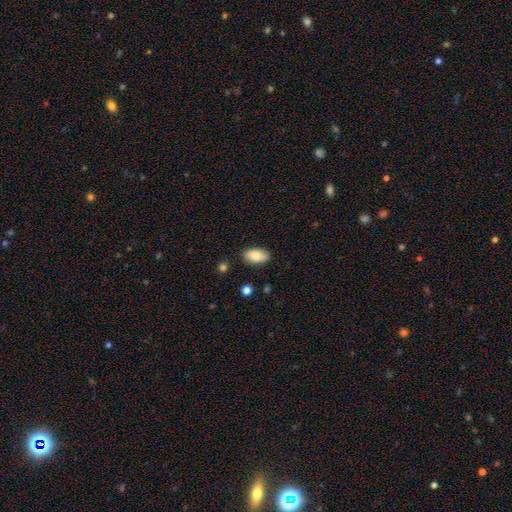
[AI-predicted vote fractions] This is clearly a smooth galaxy (83%). How rounded: clearly in between (93%). Merging: clearly none (86%).